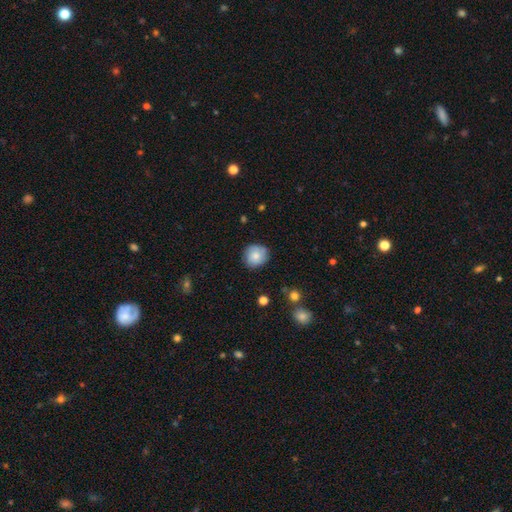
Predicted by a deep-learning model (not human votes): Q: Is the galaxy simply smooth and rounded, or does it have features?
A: smooth — 69%.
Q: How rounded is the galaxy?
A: round — 85%.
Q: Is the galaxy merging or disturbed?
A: none — 79%.